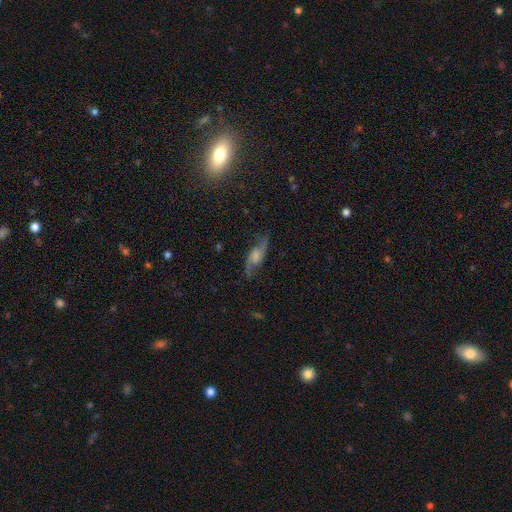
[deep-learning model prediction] Smooth or featured: featured or disk — 68% (smooth — 22%)
Edge-on disk: no — 84% (yes — 16%)
Bar: no — 61% (weak — 31%)
Spiral arms: yes — 92% (no — 8%)
Spiral winding: loose — 68% (medium — 26%)
Spiral arm count: 2 — 90% (can't tell — 4%)
Bulge size: moderate — 30% (small — 25%)
Merging: none — 73% (minor disturbance — 17%)